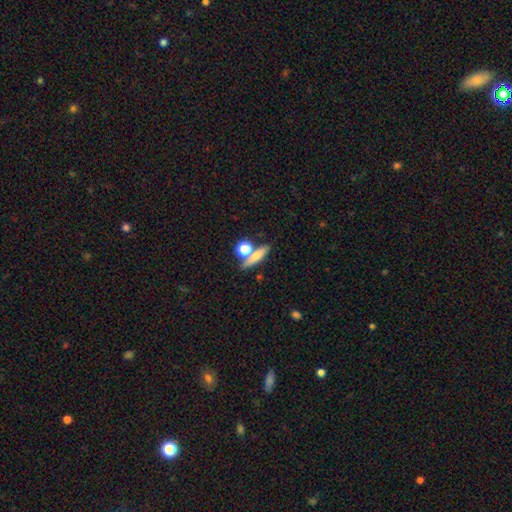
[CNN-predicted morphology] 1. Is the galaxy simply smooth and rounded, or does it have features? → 64% smooth, 25% featured or disk, 10% star or artifact.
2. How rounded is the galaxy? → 47% cigar-shaped, 32% in between, 21% round.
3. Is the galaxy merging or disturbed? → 62% none, 24% merger, 10% minor disturbance, 4% major disturbance.